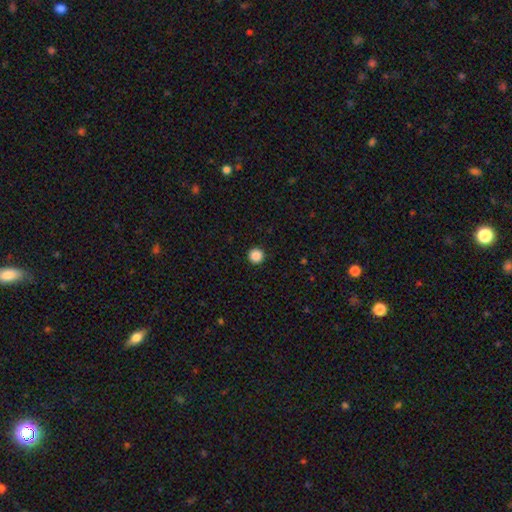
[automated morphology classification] The model was most divided on "smooth or featured": smooth: 87%, star or artifact: 10%, featured or disk: 3%. More confident: how rounded — round (97%); merging — none (94%).